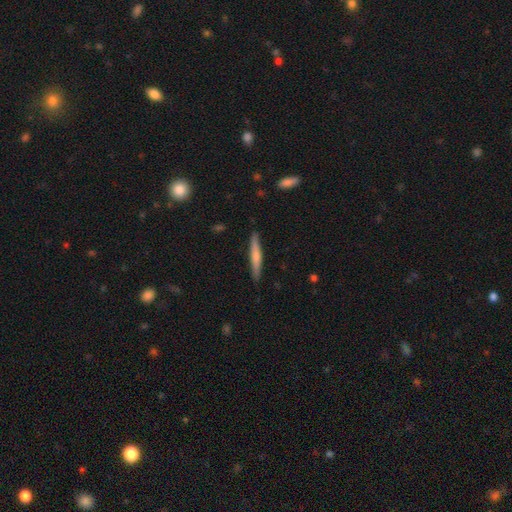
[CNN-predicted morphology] A smooth galaxy with no disk features (56%) that is cigar-shaped (95%). Merging: none (89%).